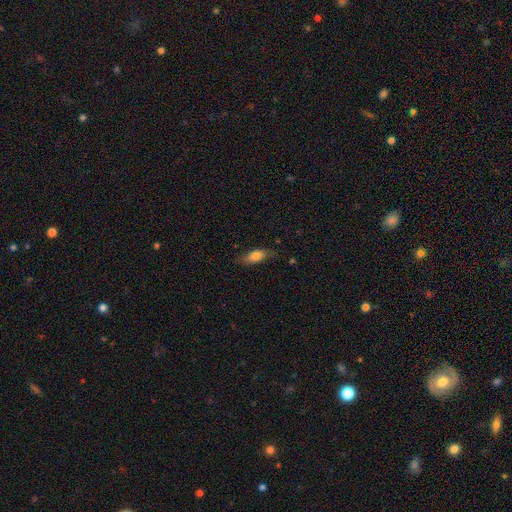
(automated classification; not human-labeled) This is likely a smooth galaxy (75%). How rounded: likely in between (72%). Merging: likely none (71%).